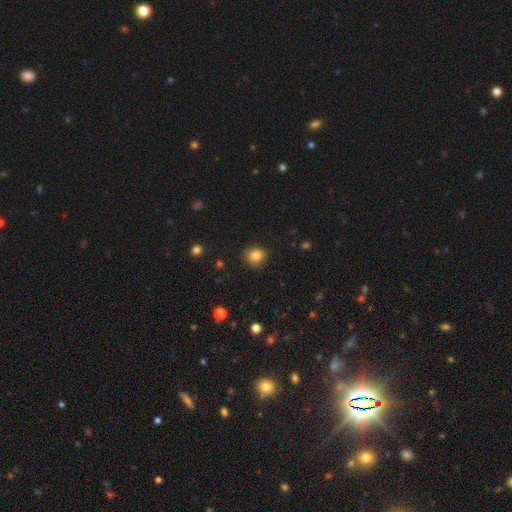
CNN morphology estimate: The model was most divided on "how rounded": round: 77%, in between: 22%, cigar-shaped: 1%. More confident: merging — none (85%); smooth or featured — smooth (84%).